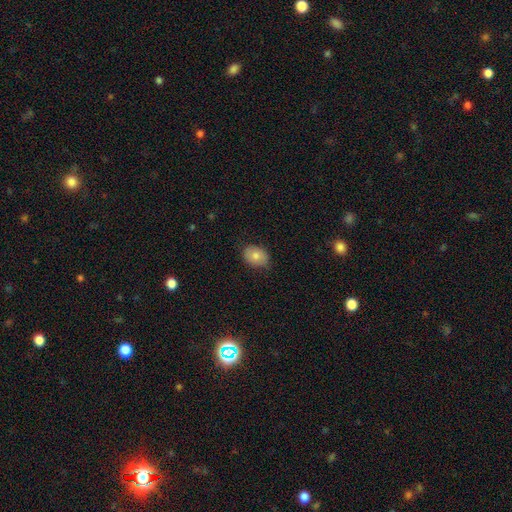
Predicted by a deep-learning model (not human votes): This appears to be a smooth galaxy with no disk features (78%) that is in between round and cigar-shaped (70%). Merging: none (76%).